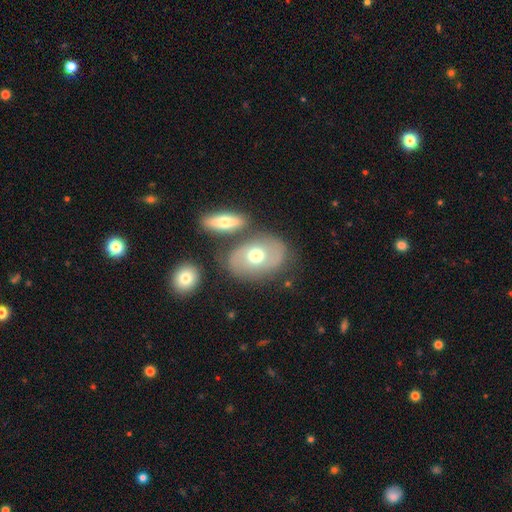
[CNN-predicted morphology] smooth-or-featured: featured or disk: 48% | smooth: 45% | star or artifact: 7%
  merging: none: 62% | merger: 17% | minor disturbance: 15% | major disturbance: 6%